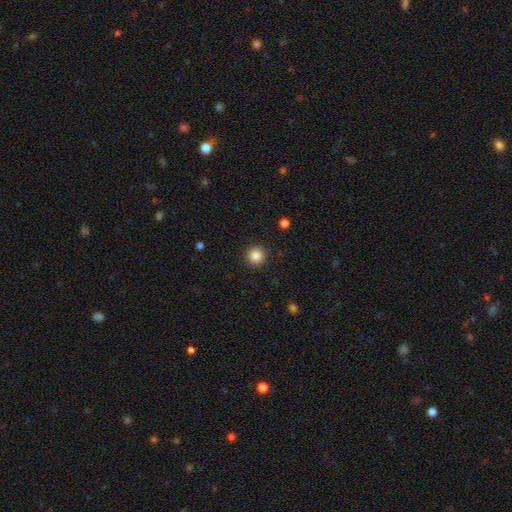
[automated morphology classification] The model was most divided on "smooth or featured": smooth: 85%, star or artifact: 10%, featured or disk: 4%. More confident: how rounded — round (95%); merging — none (92%).